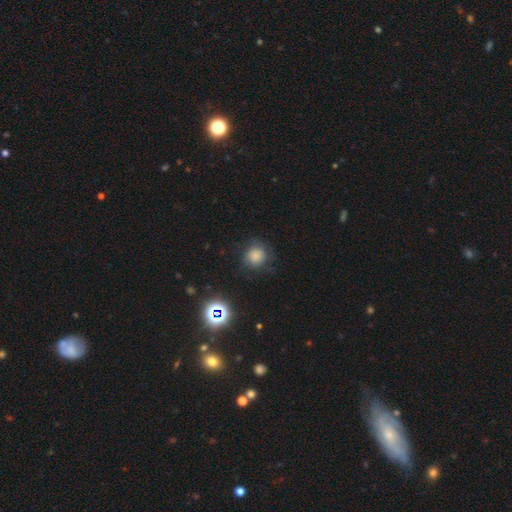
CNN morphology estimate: smooth-or-featured: smooth: 76% | star or artifact: 15% | featured or disk: 9%
  how-rounded: round: 87% | in between: 12% | cigar-shaped: 1%
  merging: none: 75% | minor disturbance: 16% | major disturbance: 7% | merger: 2%